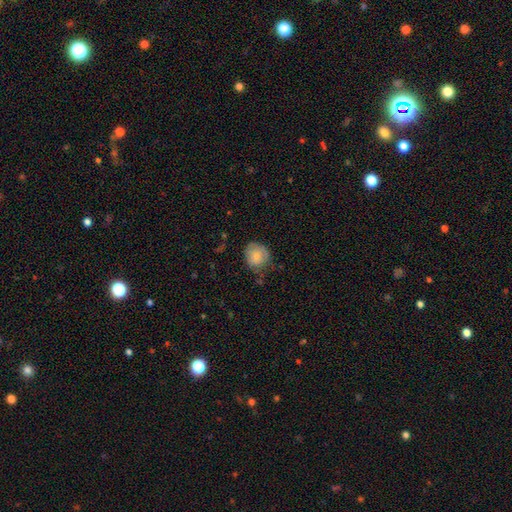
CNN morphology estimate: A smooth galaxy with no disk features (68%) that is round (79%). Merging: none (64%).